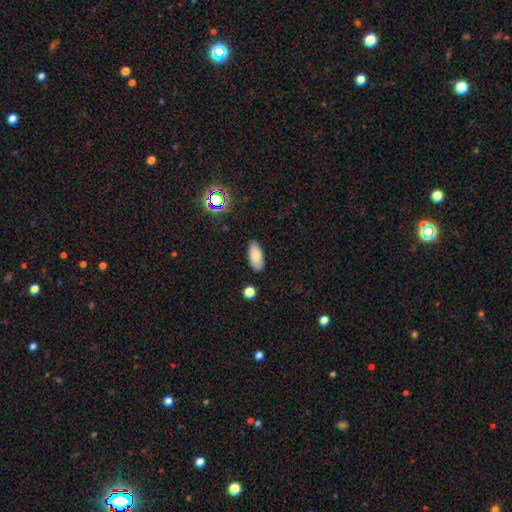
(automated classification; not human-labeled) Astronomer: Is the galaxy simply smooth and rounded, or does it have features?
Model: smooth — 83%.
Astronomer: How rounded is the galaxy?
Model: in between — 88%.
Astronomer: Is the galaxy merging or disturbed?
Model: none — 87%.